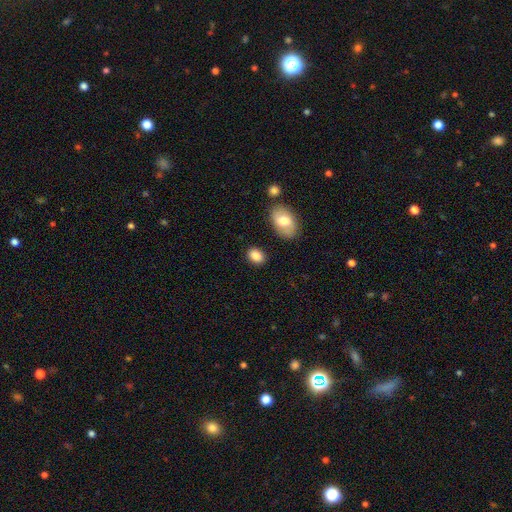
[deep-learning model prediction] smooth-or-featured: smooth: 86% | star or artifact: 8% | featured or disk: 6%
  how-rounded: in between: 78% | round: 21% | cigar-shaped: 1%
  merging: none: 83% | minor disturbance: 11% | merger: 4% | major disturbance: 3%